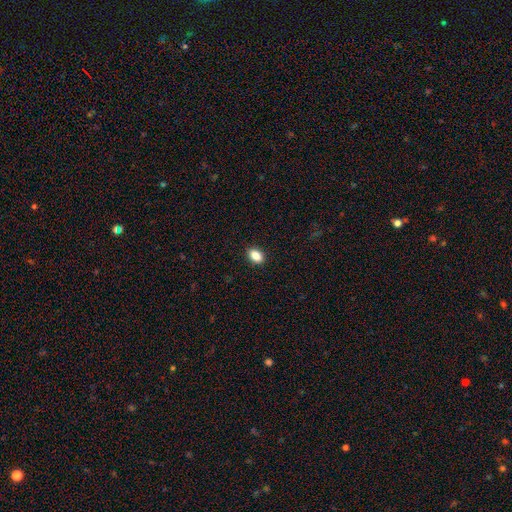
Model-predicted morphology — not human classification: A smooth galaxy with no disk features (86%) that is in between round and cigar-shaped (81%).

Vote fractions:
- Smooth or featured? smooth: 86% / star or artifact: 9% / featured or disk: 5%
- How rounded? in between: 81% / round: 17% / cigar-shaped: 2%
- Merging? none: 90% / minor disturbance: 7% / major disturbance: 2% / merger: 1%